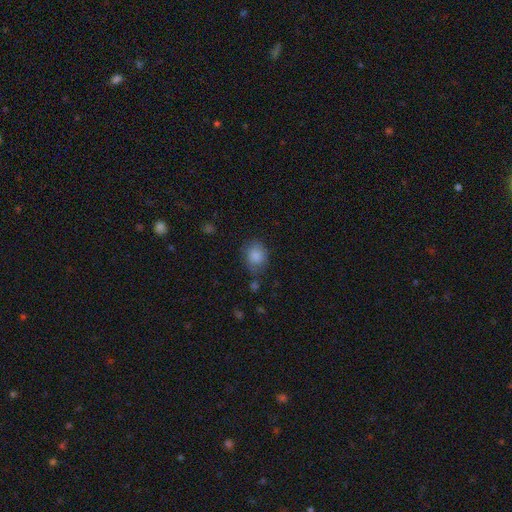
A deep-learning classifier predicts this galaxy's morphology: This appears to be a smooth galaxy with no disk features (86%) that is round (55%). Merging: none (67%).